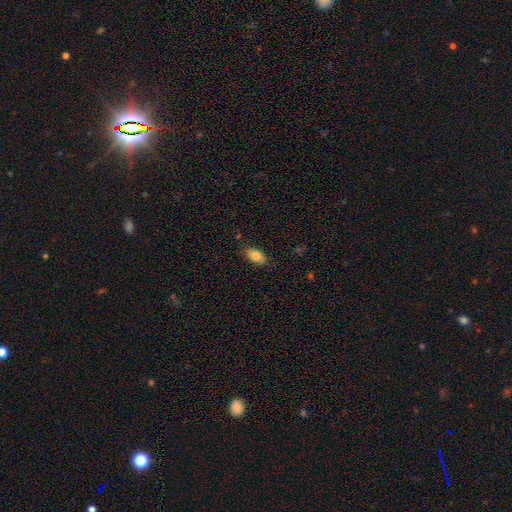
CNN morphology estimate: smooth_or_featured: smooth (p=0.81) [alt: featured or disk p=0.11]
how_rounded: in between (p=0.92) [alt: round p=0.05]
merging: none (p=0.84) [alt: minor disturbance p=0.12]